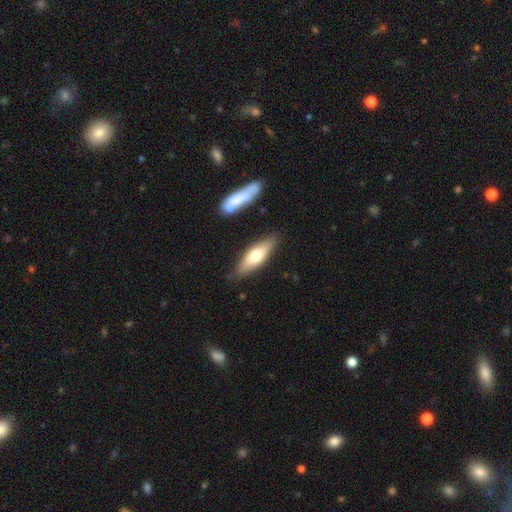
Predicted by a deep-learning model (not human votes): A smooth galaxy with no disk features (61%) that is in between round and cigar-shaped (51%). Merging: none (81%).